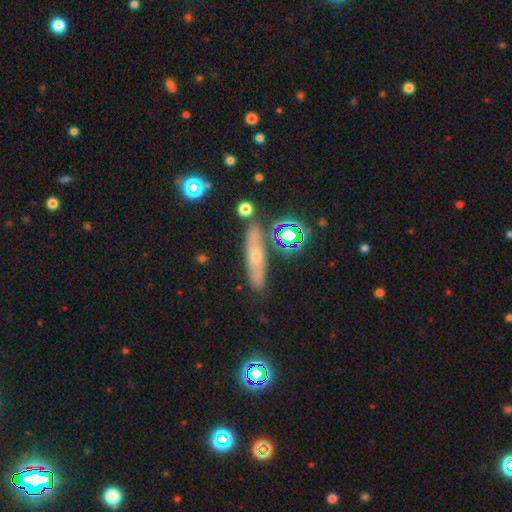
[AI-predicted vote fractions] Overall: smooth (45%; featured or disk 39%). Merging: none (79%).